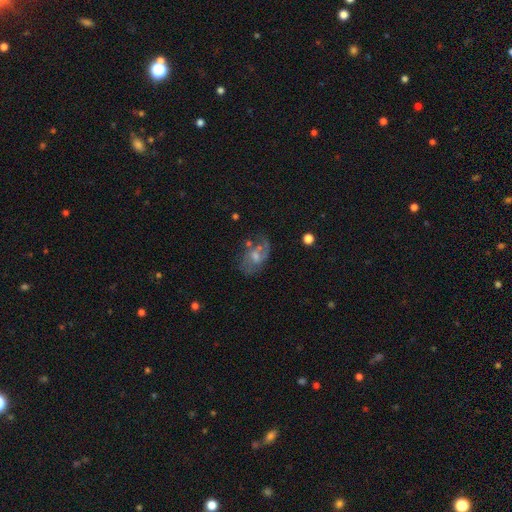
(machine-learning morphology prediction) smooth-or-featured: featured or disk: 61% | smooth: 25% | star or artifact: 14%
  disk-edge-on: no: 95% | yes: 5%
    bar: no: 58% | weak: 35% | strong: 6%
    has-spiral-arms: yes: 71% | no: 29%
    bulge-size: moderate: 46% | small: 36% | none: 11% | large: 6% | dominant: 2%
  merging: none: 49% | minor disturbance: 22% | major disturbance: 20% | merger: 9%